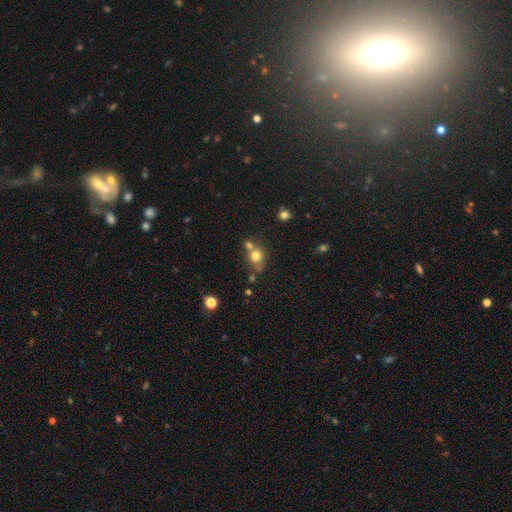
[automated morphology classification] smooth 75%, star or artifact 13%, featured or disk 12%. Down the decision tree: how rounded — round (74%); merging — none (47%).